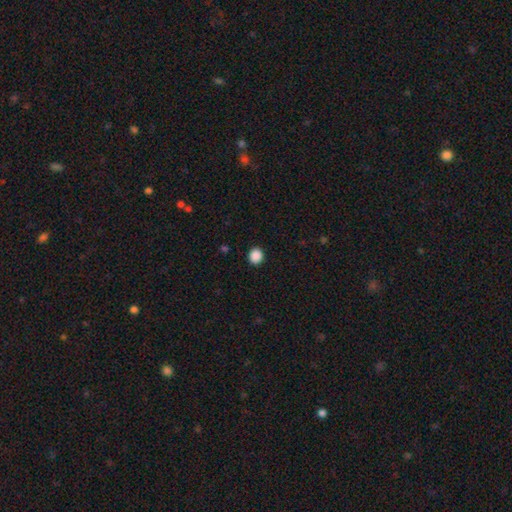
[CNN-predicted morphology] Q: Smooth or featured?
A: smooth (88%); runner-up: star or artifact (9%)
Q: How rounded?
A: round (84%); runner-up: in between (15%)
Q: Merging?
A: none (92%); runner-up: minor disturbance (5%)